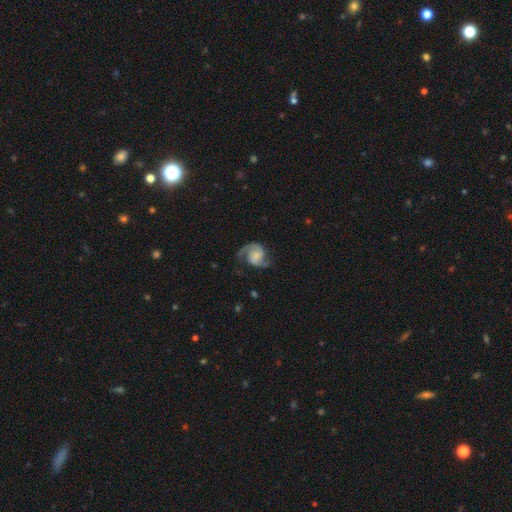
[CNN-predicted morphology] Smooth or featured?
  - featured or disk: 87% *
  - smooth: 8%
  - star or artifact: 5%
Edge-on disk?
  - no: 98% *
  - yes: 2%
Bar?
  - no: 58% *
  - weak: 34%
  - strong: 8%
Spiral arms?
  - yes: 97% *
  - no: 3%
Spiral winding?
  - medium: 52% *
  - loose: 26%
  - tight: 22%
Spiral arm count?
  - 2: 88% *
  - 1: 6%
  - can't tell: 2%
  - 3: 1%
  - 4: 1%
  - more than 4: 1%
Bulge size?
  - small: 38% *
  - none: 29%
  - moderate: 24%
  - large: 8%
  - dominant: 2%
Merging?
  - none: 70% *
  - minor disturbance: 18%
  - major disturbance: 11%
  - merger: 2%